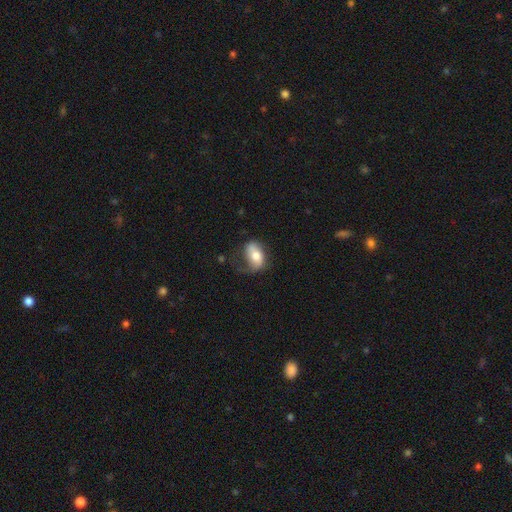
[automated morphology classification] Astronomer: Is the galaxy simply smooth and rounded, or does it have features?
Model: smooth — 56% (runner-up: featured or disk, 37%).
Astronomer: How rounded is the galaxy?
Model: in between — 85%.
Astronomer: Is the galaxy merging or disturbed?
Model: none — 44% (runner-up: minor disturbance, 30%).